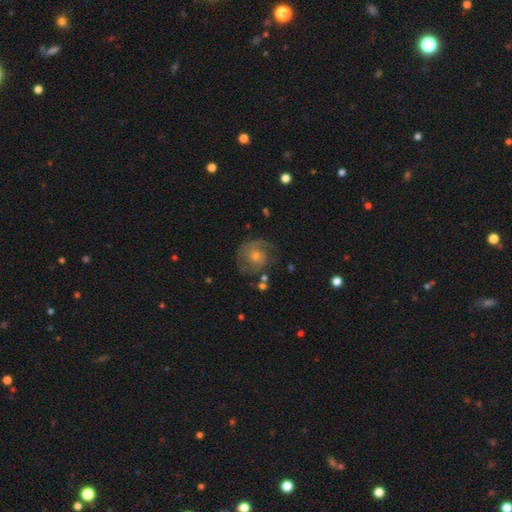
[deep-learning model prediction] featured or disk 71%, smooth 18%, star or artifact 10%. Down the decision tree: edge-on disk — no (98%); bar — no (76%); spiral arms — yes (90%); spiral arm count — 2 (47%); spiral winding — tight (51%); bulge size — small (52%); merging — none (72%).